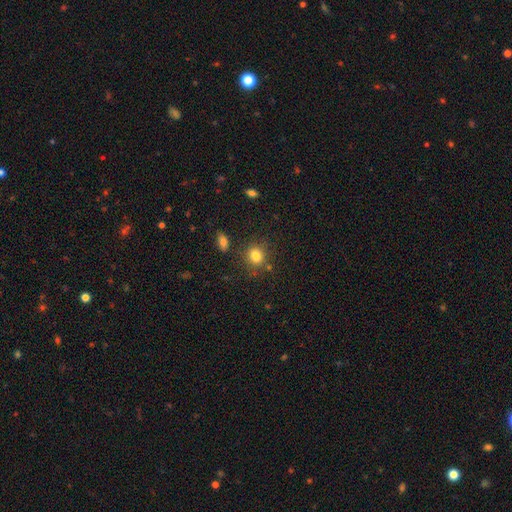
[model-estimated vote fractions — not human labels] The model was most divided on "how rounded": round: 74%, in between: 25%, cigar-shaped: 1%. More confident: smooth or featured — smooth (82%); merging — none (79%).